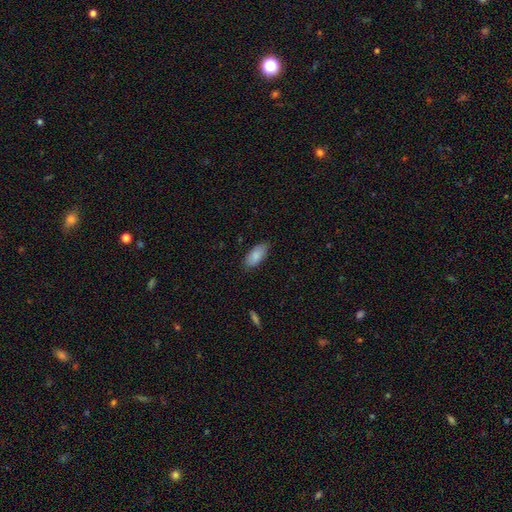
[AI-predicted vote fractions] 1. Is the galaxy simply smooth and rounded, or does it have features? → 87% smooth, 7% featured or disk, 6% star or artifact.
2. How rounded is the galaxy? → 91% in between, 8% cigar-shaped, 2% round.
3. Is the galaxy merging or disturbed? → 82% none, 14% minor disturbance, 2% major disturbance, 1% merger.